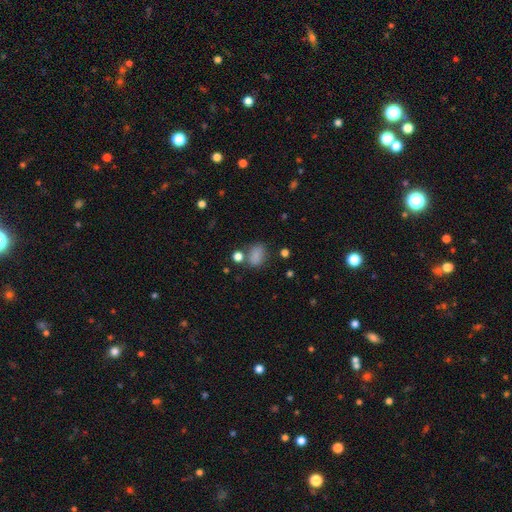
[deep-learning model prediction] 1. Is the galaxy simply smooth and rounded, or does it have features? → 79% smooth, 13% star or artifact, 8% featured or disk.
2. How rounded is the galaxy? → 66% in between, 32% round, 1% cigar-shaped.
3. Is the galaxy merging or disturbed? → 58% none, 19% minor disturbance, 14% merger, 9% major disturbance.